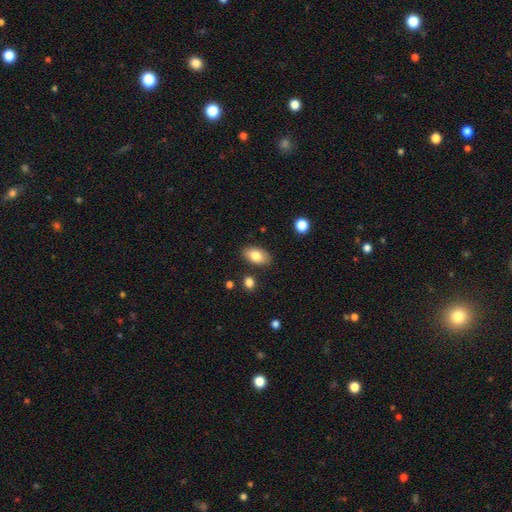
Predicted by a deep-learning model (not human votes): Smooth or featured: smooth — 80% (featured or disk — 13%)
How rounded: in between — 92% (round — 6%)
Merging: none — 85% (minor disturbance — 10%)